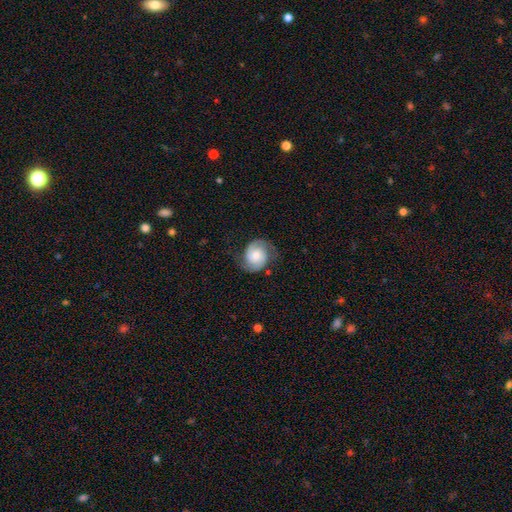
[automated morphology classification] A featured or disk galaxy (73%) with no bar (67%), 2 (90%) medium (45%) spiral arms (95%) and a moderate central bulge (53%). Merging: none (73%).